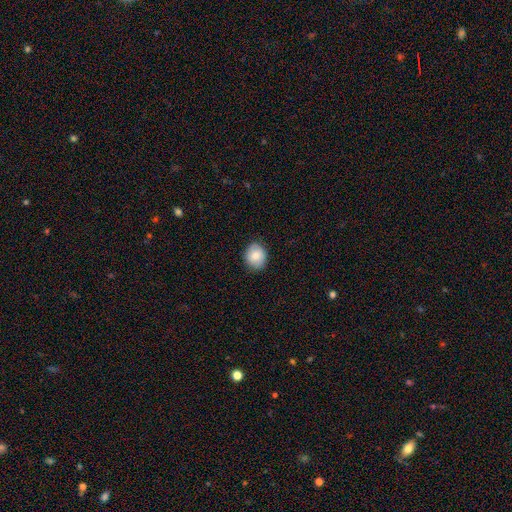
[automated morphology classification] The model was most divided on "how rounded": round: 66%, in between: 33%, cigar-shaped: 1%. More confident: merging — none (86%); smooth or featured — smooth (79%).